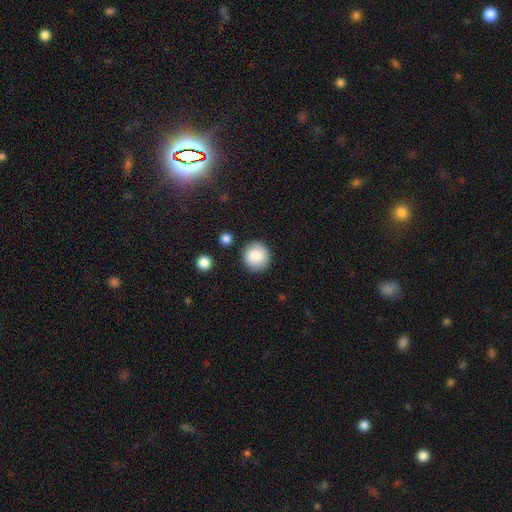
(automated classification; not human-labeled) smooth_or_featured: smooth (p=0.85) [alt: star or artifact p=0.07]
how_rounded: round (p=0.93) [alt: in between p=0.06]
merging: none (p=0.87) [alt: minor disturbance p=0.08]